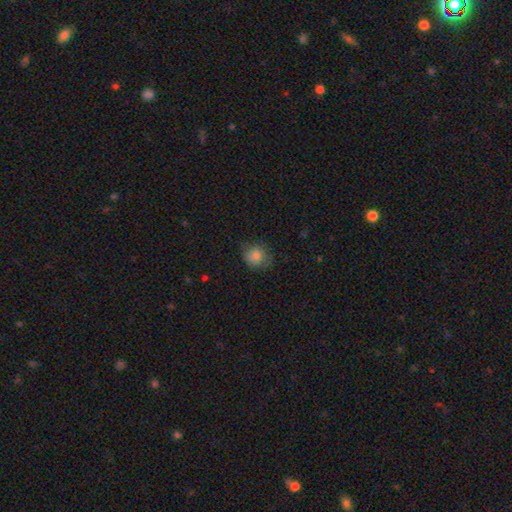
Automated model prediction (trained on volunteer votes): A smooth galaxy with no disk features (82%) that is round (81%).

Vote fractions:
- Smooth or featured? smooth: 82% / star or artifact: 10% / featured or disk: 8%
- How rounded? round: 81% / in between: 18% / cigar-shaped: 1%
- Merging? none: 72% / minor disturbance: 21% / major disturbance: 6% / merger: 1%